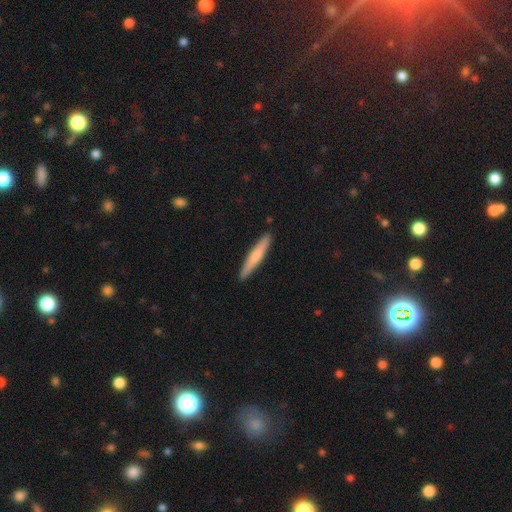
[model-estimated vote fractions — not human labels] Smooth or featured?
  - smooth: 64% *
  - featured or disk: 31%
  - star or artifact: 5%
How rounded?
  - cigar-shaped: 94% *
  - in between: 5%
  - round: 1%
Merging?
  - none: 91% *
  - minor disturbance: 6%
  - major disturbance: 1%
  - merger: 1%